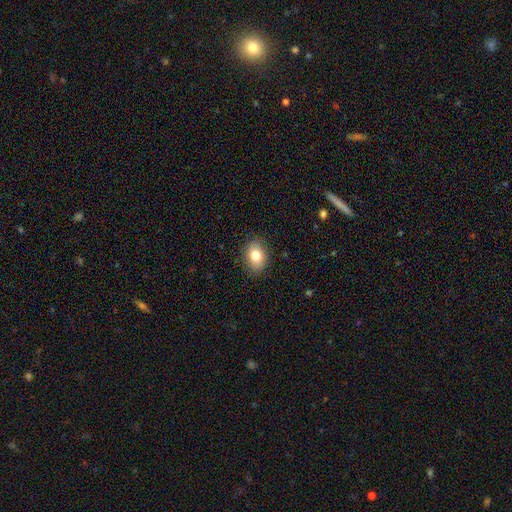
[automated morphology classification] Smooth or featured? Predicted: smooth (p=0.80). How rounded? Predicted: in between (p=0.75). Merging? Predicted: none (p=0.86).